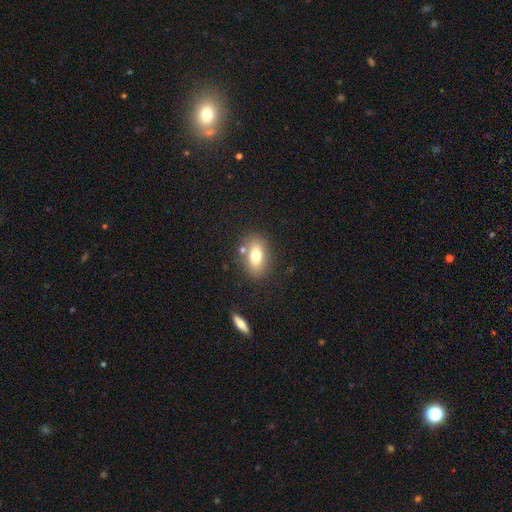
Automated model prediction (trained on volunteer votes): smooth 72%, featured or disk 18%, star or artifact 10%. Down the decision tree: how rounded — in between (82%); merging — none (75%).